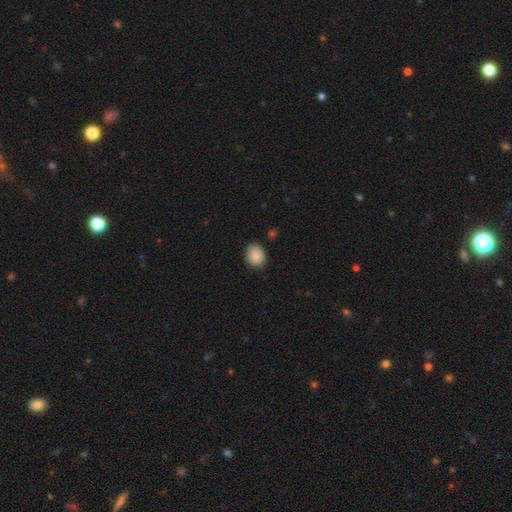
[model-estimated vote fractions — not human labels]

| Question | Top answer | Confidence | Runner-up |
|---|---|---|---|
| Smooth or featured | smooth | 88% | star or artifact (8%) |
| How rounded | round | 52% | in between (47%) |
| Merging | none | 82% | minor disturbance (14%) |